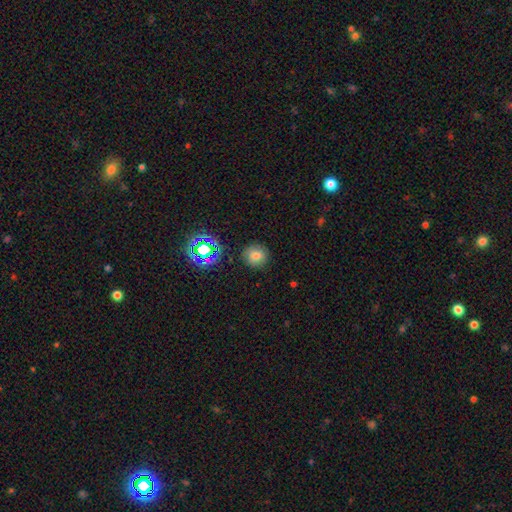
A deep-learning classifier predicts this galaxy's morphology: Q: Smooth or featured?
A: smooth (68%); runner-up: star or artifact (20%)
Q: How rounded?
A: round (88%); runner-up: in between (11%)
Q: Merging?
A: none (85%); runner-up: minor disturbance (10%)